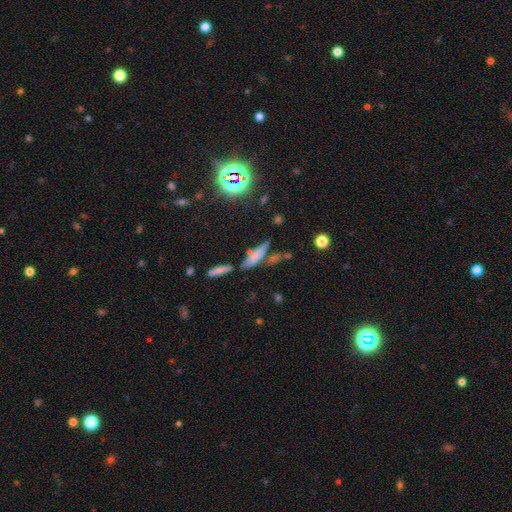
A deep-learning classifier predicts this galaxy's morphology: Smooth or featured? smooth (64%)
How rounded? cigar-shaped (68%)
Merging? none (54%)